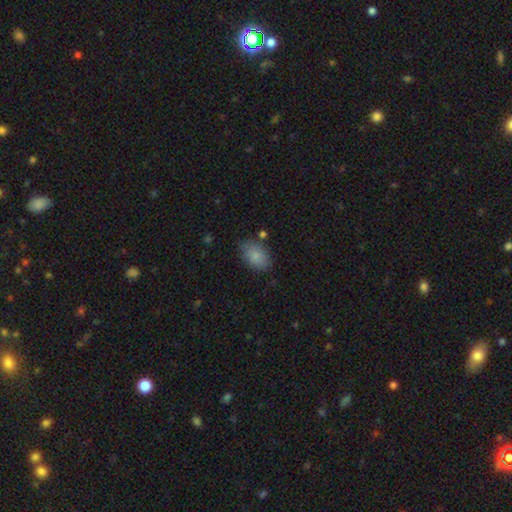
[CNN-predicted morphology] smooth_or_featured: smooth (p=0.84) [alt: featured or disk p=0.08]
how_rounded: in between (p=0.89) [alt: round p=0.10]
merging: none (p=0.75) [alt: minor disturbance p=0.17]